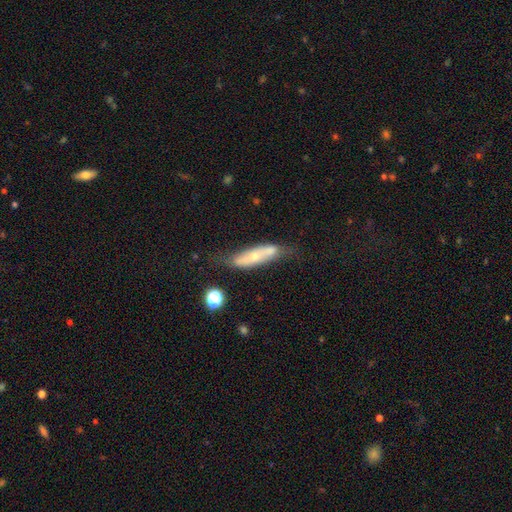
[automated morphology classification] Smooth or featured? featured or disk (51%)
Edge-on disk? no (55%)
Merging? none (55%)